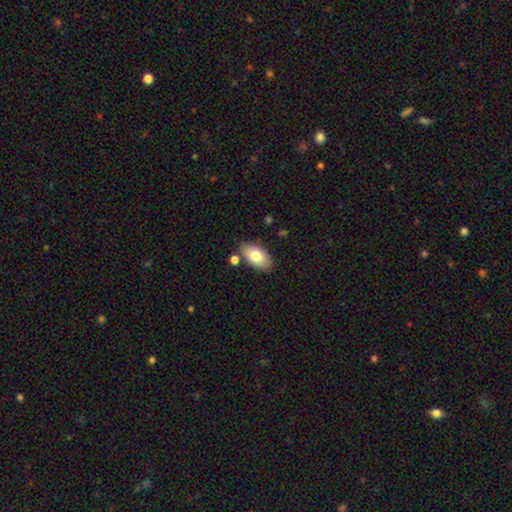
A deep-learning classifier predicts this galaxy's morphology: Q: Smooth or featured?
A: smooth (78%); runner-up: featured or disk (16%)
Q: How rounded?
A: in between (94%); runner-up: round (4%)
Q: Merging?
A: none (79%); runner-up: minor disturbance (12%)